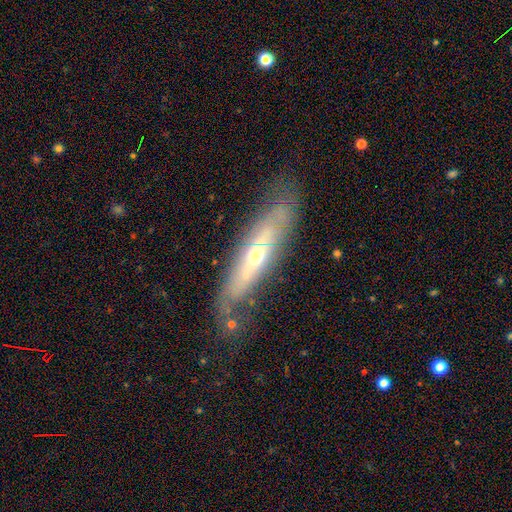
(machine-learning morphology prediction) Smooth or featured? featured or disk (66%)
Edge-on disk? yes (55%)
Merging? none (67%)